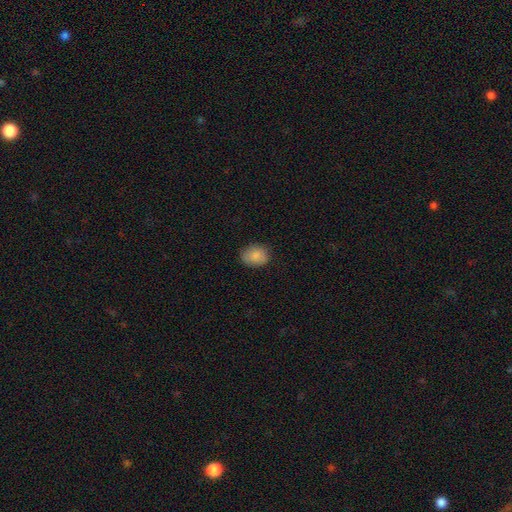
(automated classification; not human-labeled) Smooth or featured: smooth — 86% (star or artifact — 8%)
How rounded: in between — 53% (round — 46%)
Merging: none — 82% (minor disturbance — 14%)